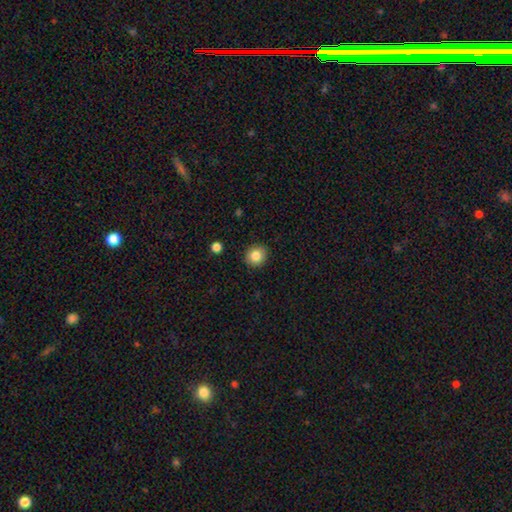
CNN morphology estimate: The model was most divided on "how rounded": round: 87%, in between: 12%, cigar-shaped: 1%. More confident: merging — none (91%); smooth or featured — smooth (84%).